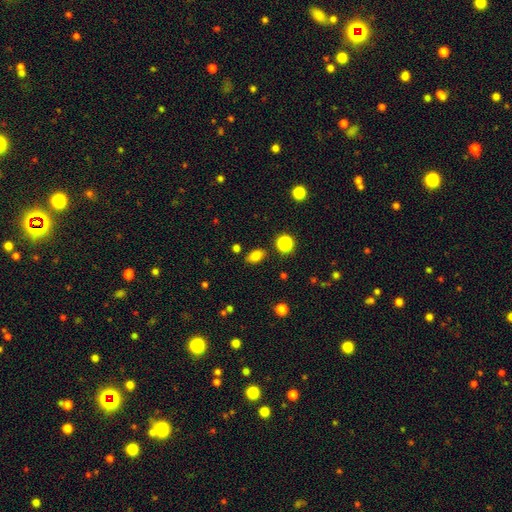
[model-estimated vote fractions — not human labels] Smooth or featured?
  - smooth: 80% *
  - star or artifact: 12%
  - featured or disk: 7%
How rounded?
  - in between: 83% *
  - round: 15%
  - cigar-shaped: 2%
Merging?
  - none: 81% *
  - minor disturbance: 12%
  - merger: 4%
  - major disturbance: 3%